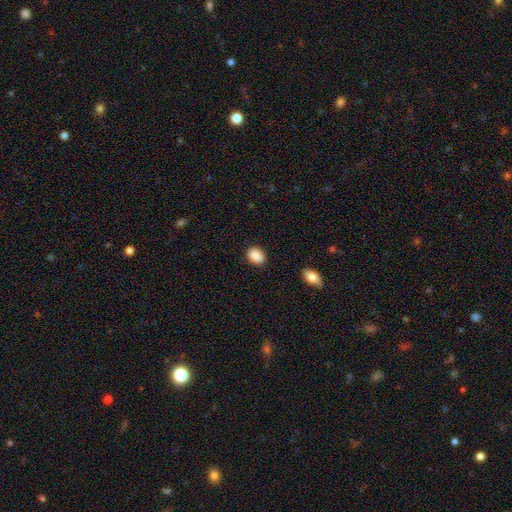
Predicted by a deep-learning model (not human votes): This is clearly a smooth galaxy (90%). How rounded: likely in between (67%). Merging: clearly none (87%).